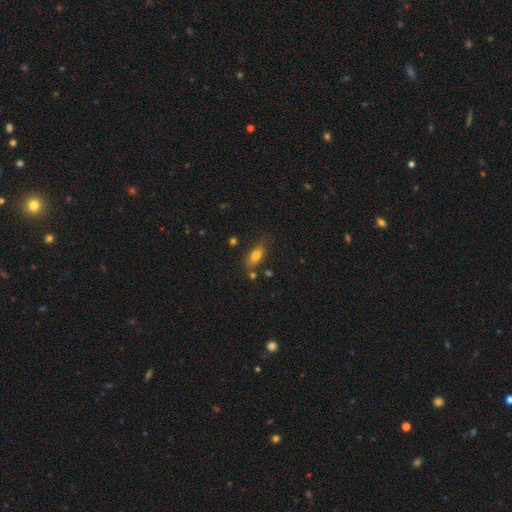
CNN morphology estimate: The model was most divided on "merging": none: 73%, minor disturbance: 16%, merger: 7%, major disturbance: 4%. More confident: how rounded — in between (80%); smooth or featured — smooth (75%).